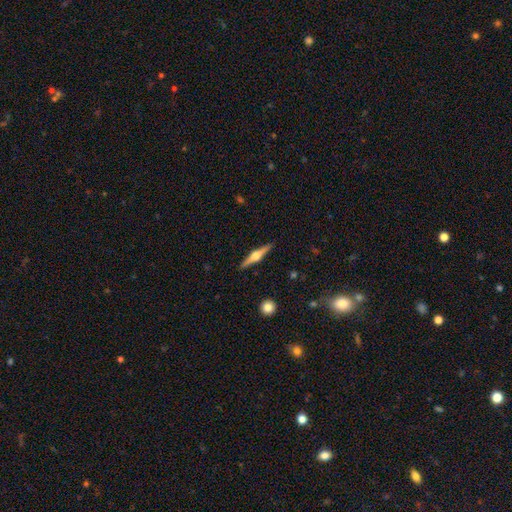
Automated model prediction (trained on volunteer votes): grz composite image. It shows a featured or disk galaxy (78%) viewed edge-on (98%) with a rounded central bulge (94%). Merging: none (91%).